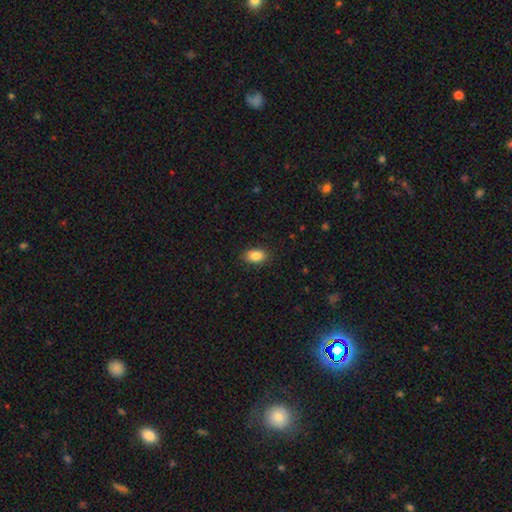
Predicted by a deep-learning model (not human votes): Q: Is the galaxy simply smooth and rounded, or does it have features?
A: smooth — 87%.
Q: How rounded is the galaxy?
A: in between — 88%.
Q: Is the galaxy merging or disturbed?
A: none — 86%.